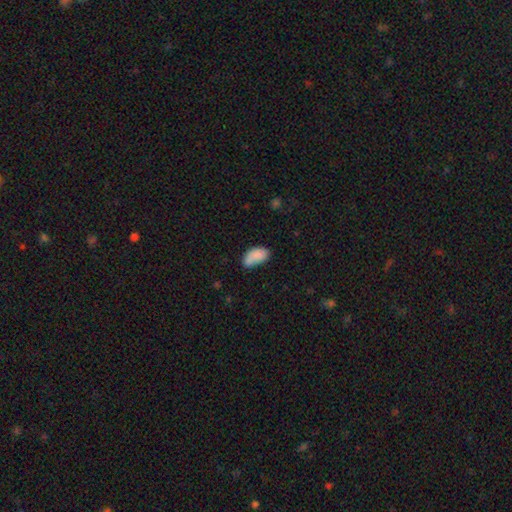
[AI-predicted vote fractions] smooth-or-featured: smooth: 82% | featured or disk: 9% | star or artifact: 8%
  how-rounded: in between: 92% | round: 5% | cigar-shaped: 2%
  merging: none: 44% | minor disturbance: 29% | merger: 15% | major disturbance: 11%